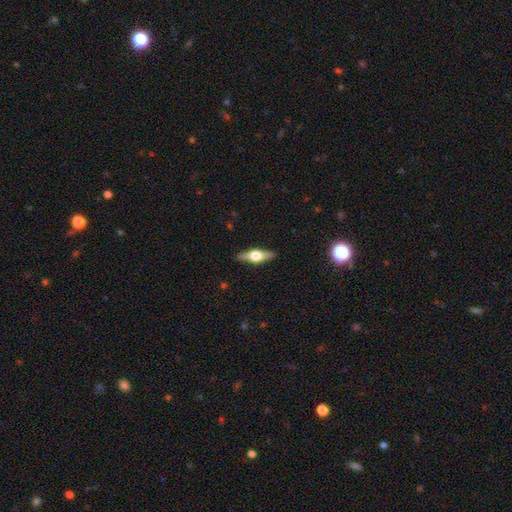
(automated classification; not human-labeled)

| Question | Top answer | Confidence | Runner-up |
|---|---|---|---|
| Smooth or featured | featured or disk | 70% | smooth (24%) |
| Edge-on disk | yes | 97% | no (3%) |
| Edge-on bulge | rounded | 95% | boxy (4%) |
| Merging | none | 90% | minor disturbance (7%) |